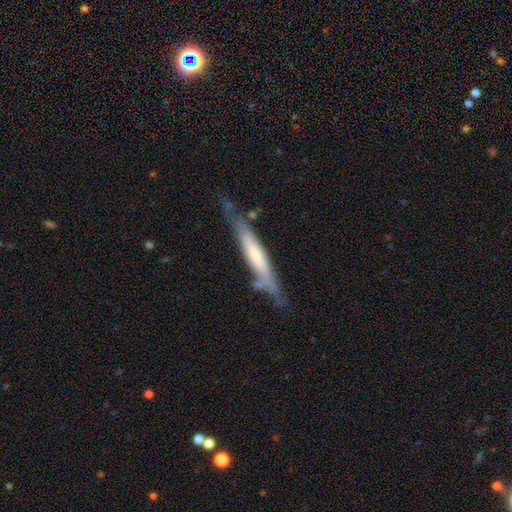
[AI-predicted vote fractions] A featured or disk galaxy (54%) viewed edge-on (84%). Merging: none (64%).